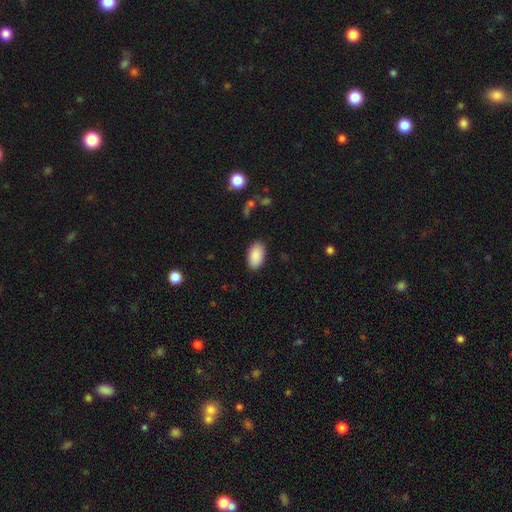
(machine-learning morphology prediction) A smooth galaxy with no disk features (90%) that is in between round and cigar-shaped (95%).

Vote fractions:
- Smooth or featured? smooth: 90% / star or artifact: 7% / featured or disk: 3%
- How rounded? in between: 95% / round: 4% / cigar-shaped: 2%
- Merging? none: 87% / minor disturbance: 9% / major disturbance: 2% / merger: 1%